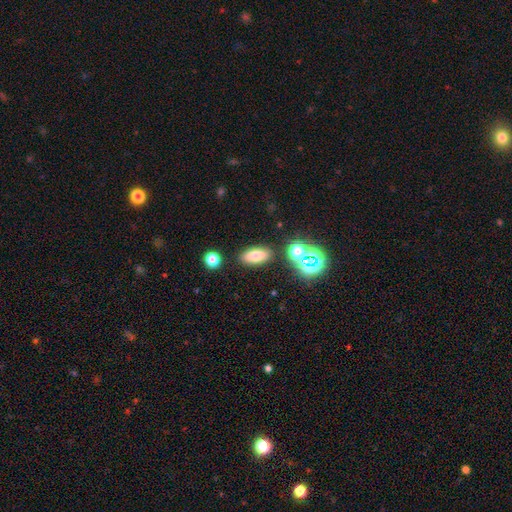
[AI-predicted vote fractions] A smooth galaxy with no disk features (76%) that is in between round and cigar-shaped (80%). Merging: none (84%).